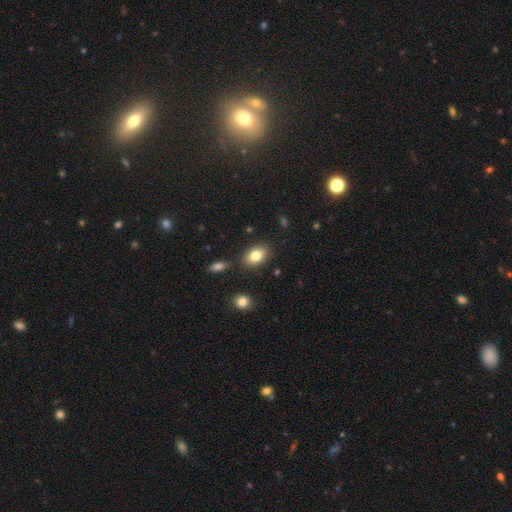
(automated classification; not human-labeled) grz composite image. It shows a smooth galaxy with no disk features (82%) that is in between round and cigar-shaped (88%). Merging: none (82%).